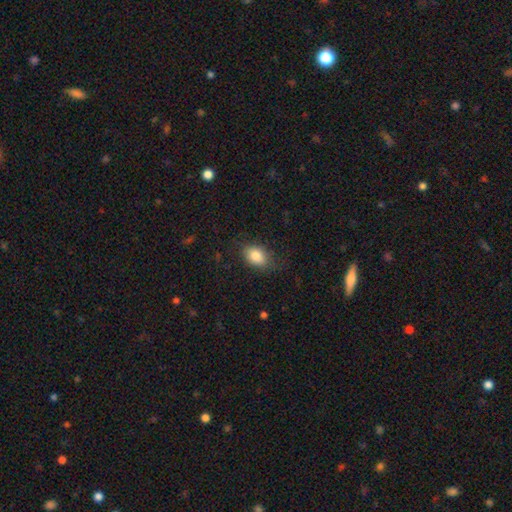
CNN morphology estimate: Smooth or featured: smooth — 83% (featured or disk — 9%)
How rounded: in between — 78% (round — 20%)
Merging: none — 76% (minor disturbance — 17%)